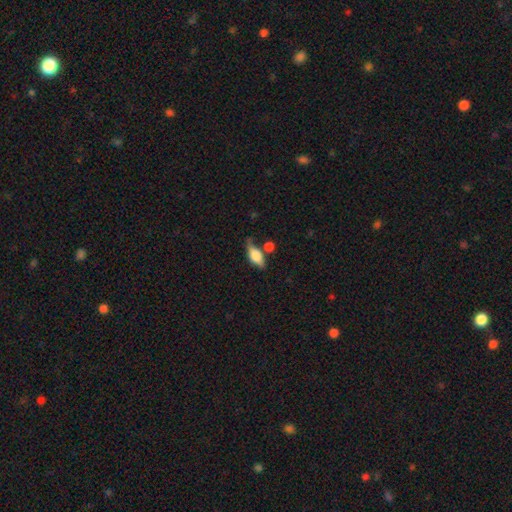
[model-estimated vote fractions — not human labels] smooth 63%, featured or disk 30%, star or artifact 8%. Down the decision tree: how rounded — in between (78%); merging — none (54%).